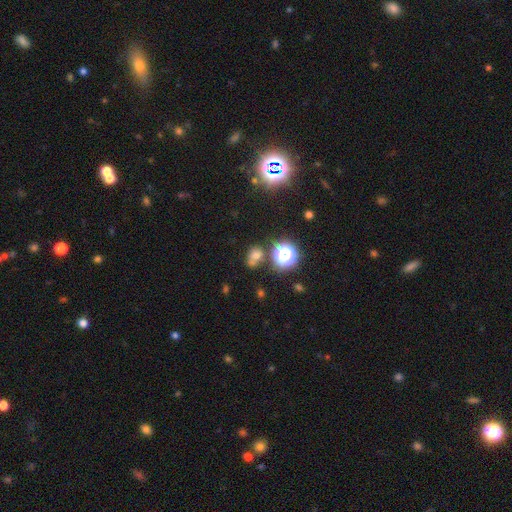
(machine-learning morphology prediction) Smooth or featured?
  - smooth: 60% *
  - star or artifact: 29%
  - featured or disk: 11%
How rounded?
  - round: 61% *
  - in between: 37%
  - cigar-shaped: 1%
Merging?
  - none: 55% *
  - merger: 21%
  - minor disturbance: 16%
  - major disturbance: 8%